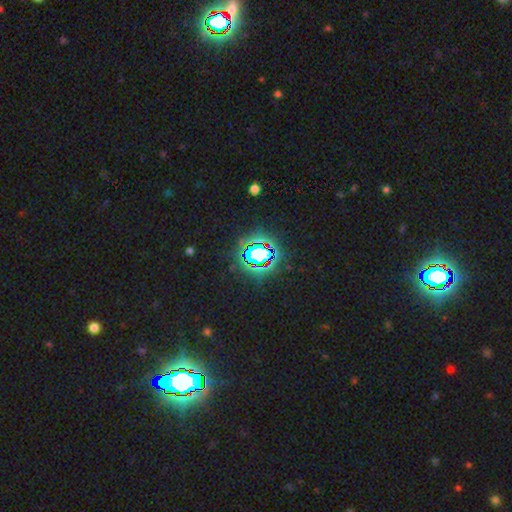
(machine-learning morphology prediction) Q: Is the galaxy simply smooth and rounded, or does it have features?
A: star or artifact — 81%.